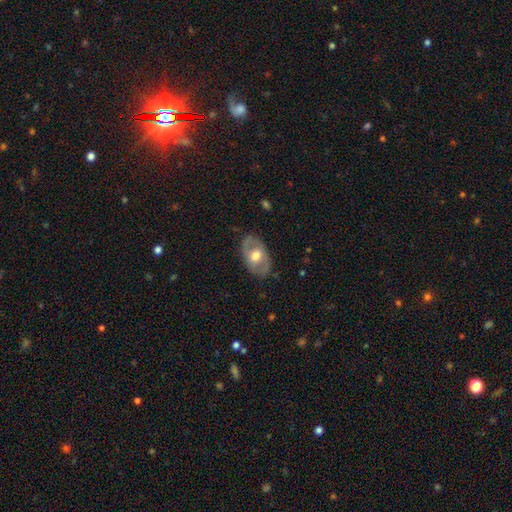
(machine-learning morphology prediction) The model was most divided on "smooth or featured": featured or disk: 57%, smooth: 38%, star or artifact: 5%. More confident: edge-on disk — no (90%); merging — none (80%); bar — no (67%); bulge size — moderate (64%); spiral arms — no (62%).